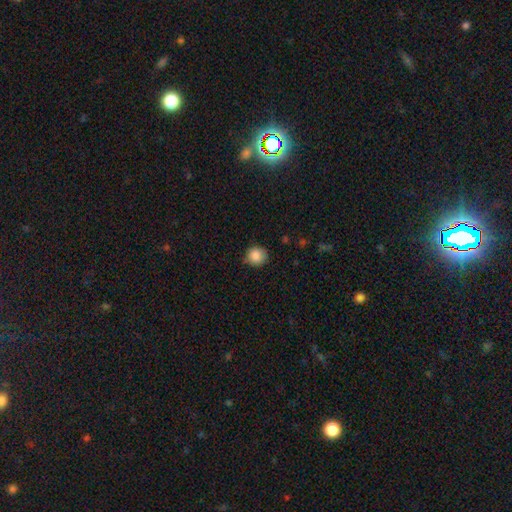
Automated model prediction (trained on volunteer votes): Smooth or featured? Predicted: smooth (p=0.87). How rounded? Predicted: round (p=0.88). Merging? Predicted: none (p=0.84).